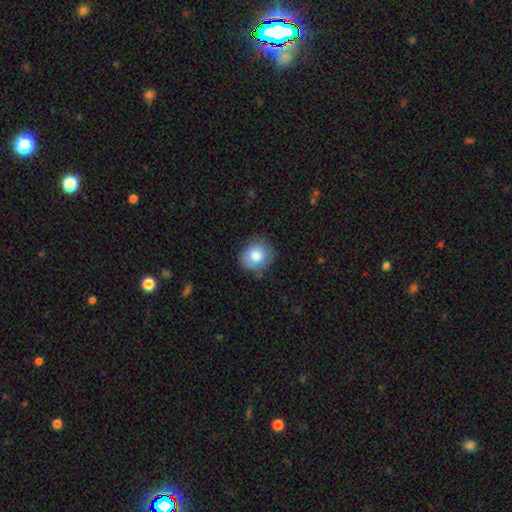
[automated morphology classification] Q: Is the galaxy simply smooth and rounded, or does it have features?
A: smooth — 81%.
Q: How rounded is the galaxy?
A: round — 78%.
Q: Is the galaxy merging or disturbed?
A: none — 80%.